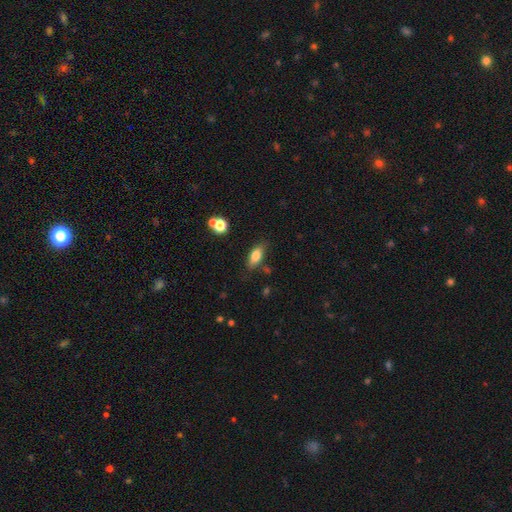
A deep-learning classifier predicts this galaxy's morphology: This appears to be a smooth galaxy with no disk features (78%) that is in between round and cigar-shaped (81%). Merging: none (77%).